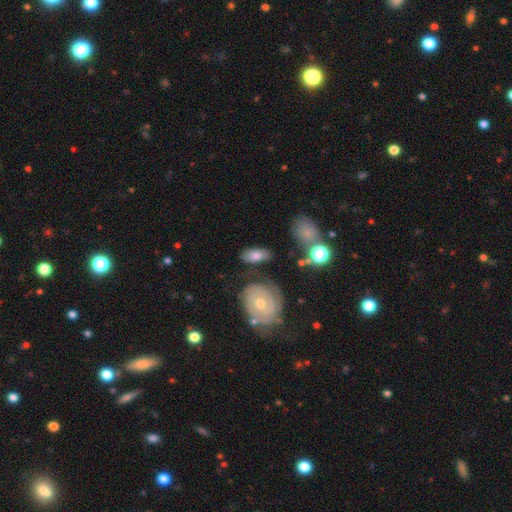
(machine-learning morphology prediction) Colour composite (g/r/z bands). It shows a smooth galaxy with no disk features (66%) that is in between round and cigar-shaped (86%). Merging: none (70%).